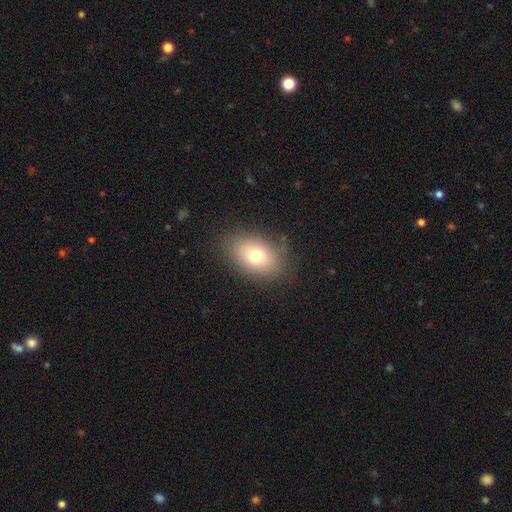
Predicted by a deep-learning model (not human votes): Morphology: type=smooth (74%); roundness=in between (77%); merging=none (81%).